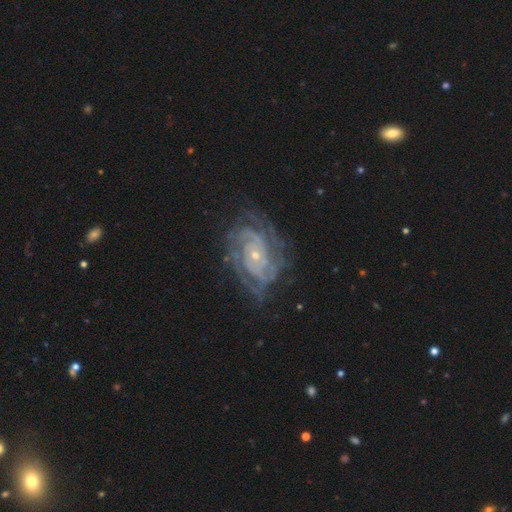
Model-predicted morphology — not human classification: Q: Smooth or featured?
A: featured or disk (88%); runner-up: star or artifact (6%)
Q: Edge-on disk?
A: no (97%); runner-up: yes (3%)
Q: Bar?
A: no (75%); runner-up: weak (19%)
Q: Spiral arms?
A: yes (96%); runner-up: no (4%)
Q: Spiral winding?
A: tight (70%); runner-up: medium (25%)
Q: Spiral arm count?
A: can't tell (27%); runner-up: 2 (25%)
Q: Bulge size?
A: small (73%); runner-up: moderate (23%)
Q: Merging?
A: none (68%); runner-up: minor disturbance (19%)